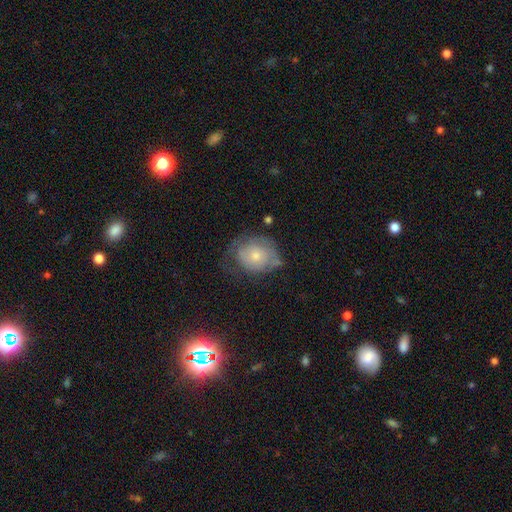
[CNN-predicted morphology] Overall: smooth (53%; featured or disk 39%). How rounded: round (51%; in between 48%). Merging: none (43%; minor disturbance 32%).